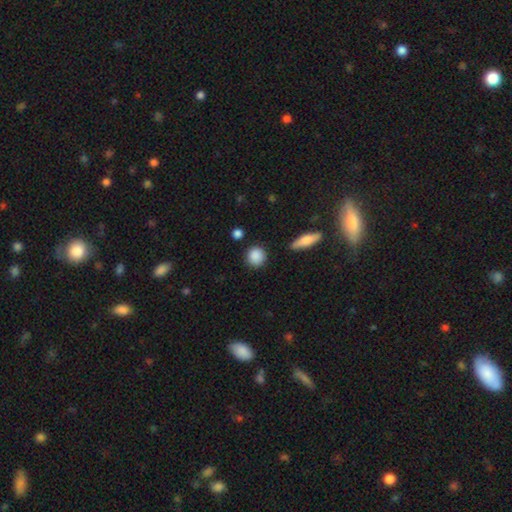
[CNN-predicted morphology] Smooth or featured?
  - smooth: 88% *
  - star or artifact: 8%
  - featured or disk: 5%
How rounded?
  - round: 88% *
  - in between: 10%
  - cigar-shaped: 2%
Merging?
  - none: 86% *
  - minor disturbance: 9%
  - merger: 3%
  - major disturbance: 3%